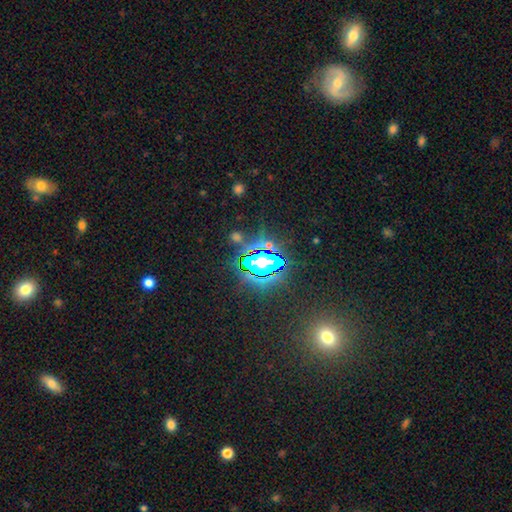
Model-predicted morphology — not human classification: A star or artifact, not a galaxy (74%).

Vote fractions:
- Smooth or featured? star or artifact: 74% / smooth: 13% / featured or disk: 13%